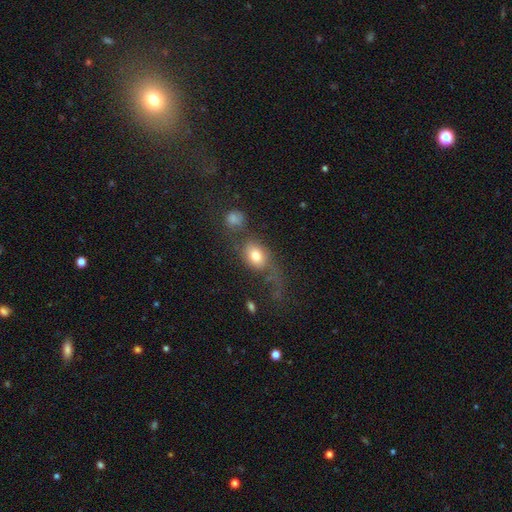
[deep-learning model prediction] Q: Smooth or featured?
A: smooth (75%); runner-up: featured or disk (16%)
Q: How rounded?
A: in between (69%); runner-up: round (29%)
Q: Merging?
A: none (34%); runner-up: major disturbance (29%)